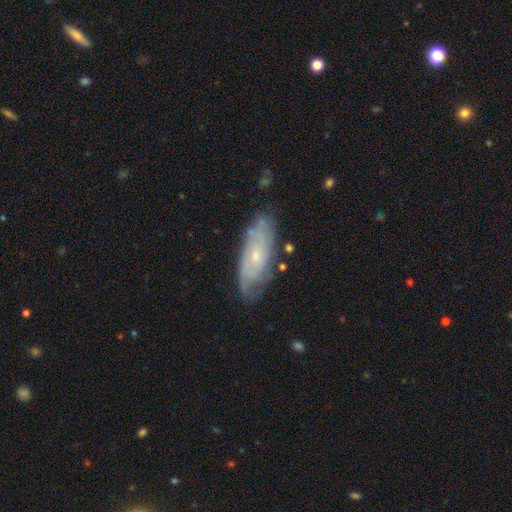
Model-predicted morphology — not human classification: Q: Smooth or featured?
A: featured or disk (72%); runner-up: smooth (22%)
Q: Edge-on disk?
A: no (87%); runner-up: yes (13%)
Q: Bar?
A: no (74%); runner-up: weak (23%)
Q: Spiral arms?
A: yes (88%); runner-up: no (12%)
Q: Spiral winding?
A: tight (61%); runner-up: medium (30%)
Q: Spiral arm count?
A: can't tell (50%); runner-up: 2 (27%)
Q: Bulge size?
A: small (71%); runner-up: moderate (24%)
Q: Merging?
A: none (74%); runner-up: minor disturbance (19%)